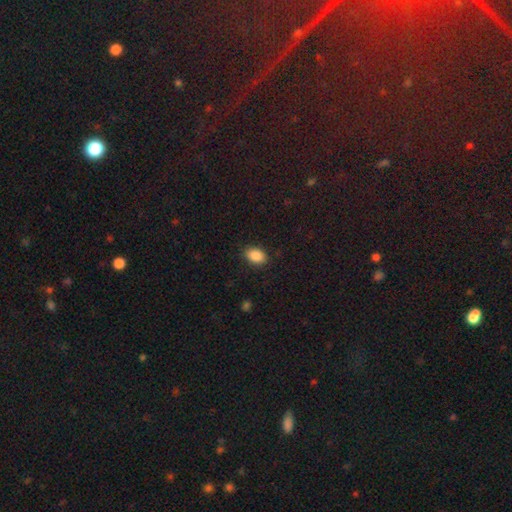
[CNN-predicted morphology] The model was most divided on "how rounded": in between: 82%, round: 17%, cigar-shaped: 1%. More confident: smooth or featured — smooth (88%); merging — none (87%).